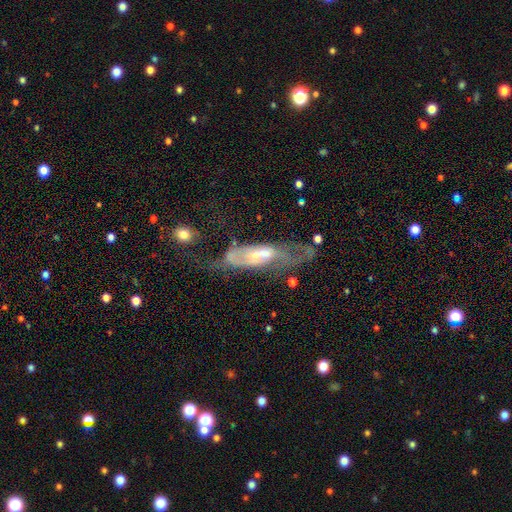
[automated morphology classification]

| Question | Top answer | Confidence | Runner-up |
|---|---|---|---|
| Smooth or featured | featured or disk | 67% | smooth (24%) |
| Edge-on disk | no | 78% | yes (22%) |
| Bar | no | 54% | weak (33%) |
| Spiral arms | yes | 59% | no (41%) |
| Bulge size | small | 43% | moderate (39%) |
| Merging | major disturbance | 38% | none (27%) |